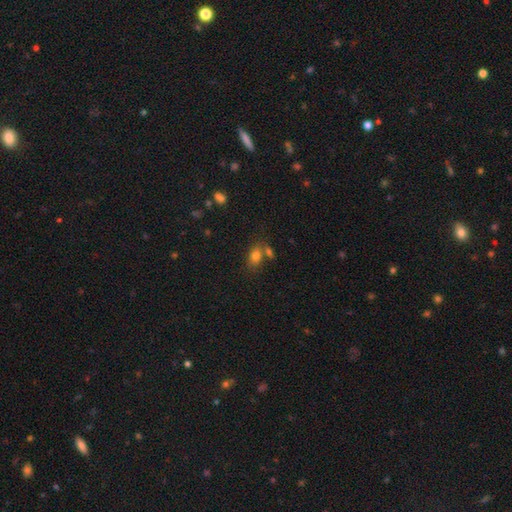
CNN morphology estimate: This appears to be a smooth galaxy with no disk features (78%) that is in between round and cigar-shaped (78%). Merging: none (56%).